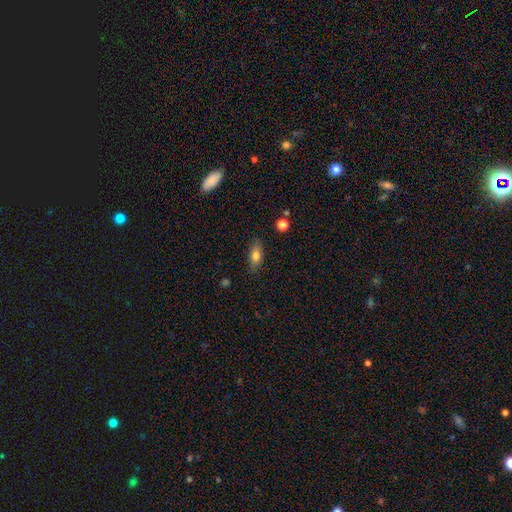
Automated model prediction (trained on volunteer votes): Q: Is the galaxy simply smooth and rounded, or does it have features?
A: smooth — 77%.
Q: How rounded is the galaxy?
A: in between — 75%.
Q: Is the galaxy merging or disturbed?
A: none — 83%.